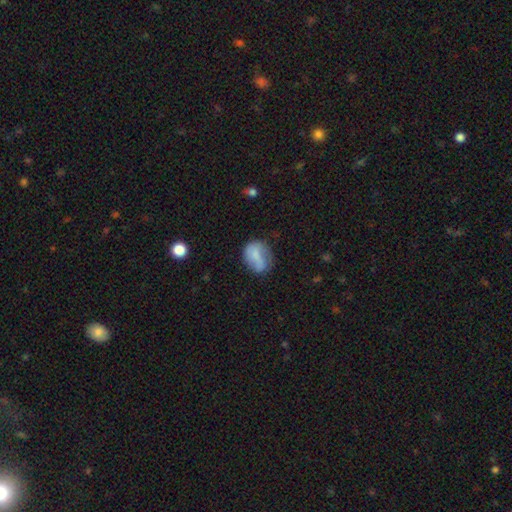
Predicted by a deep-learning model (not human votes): Smooth or featured?
  - smooth: 67% *
  - featured or disk: 25%
  - star or artifact: 9%
How rounded?
  - in between: 57% *
  - round: 41%
  - cigar-shaped: 2%
Merging?
  - none: 50% *
  - minor disturbance: 30%
  - major disturbance: 16%
  - merger: 4%